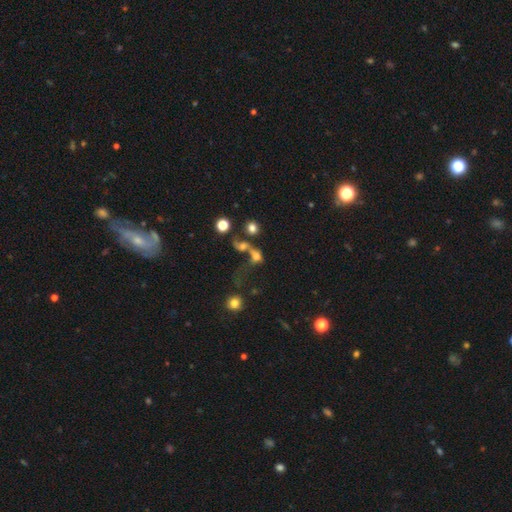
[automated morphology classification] smooth_or_featured: smooth (p=0.59) [alt: featured or disk p=0.25]
how_rounded: round (p=0.50) [alt: in between p=0.46]
merging: merger (p=0.54) [alt: none p=0.19]